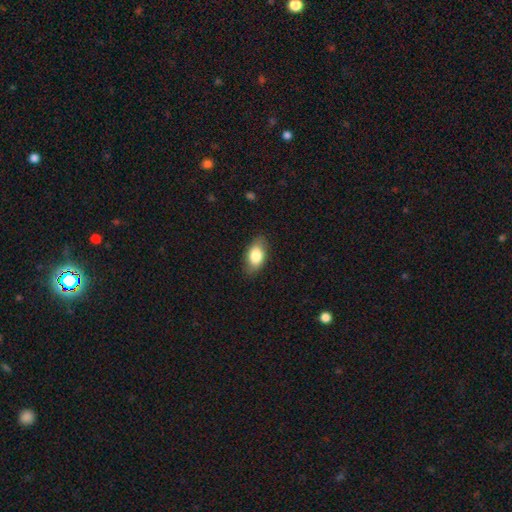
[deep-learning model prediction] This appears to be a smooth galaxy with no disk features (81%) that is in between round and cigar-shaped (90%). Merging: none (83%).